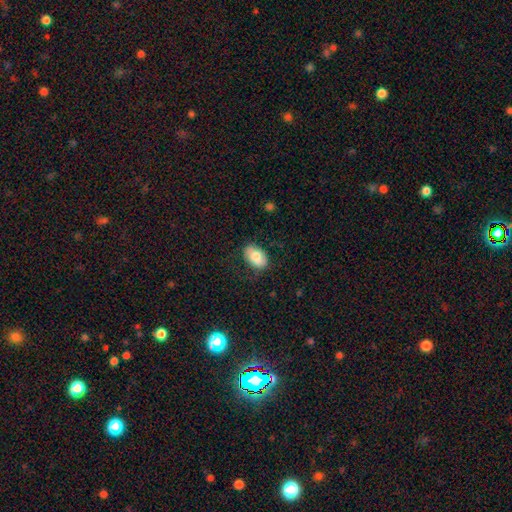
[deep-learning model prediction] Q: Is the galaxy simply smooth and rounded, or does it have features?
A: smooth — 77%.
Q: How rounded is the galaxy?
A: in between — 90%.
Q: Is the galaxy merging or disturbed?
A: none — 75%.